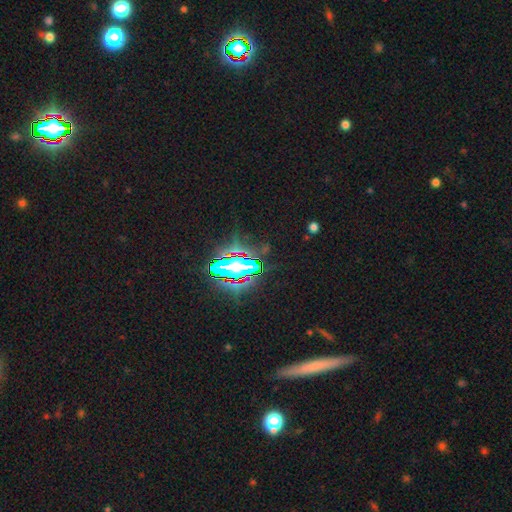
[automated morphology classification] Overall: star or artifact (75%).